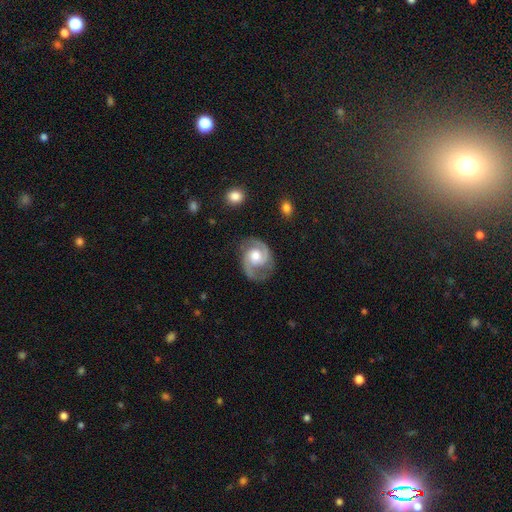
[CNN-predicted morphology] This appears to be a featured or disk galaxy (88%) with no bar (63%), 2 (91%) medium (54%) spiral arms (97%) and a moderate central bulge (63%). Merging: none (74%).